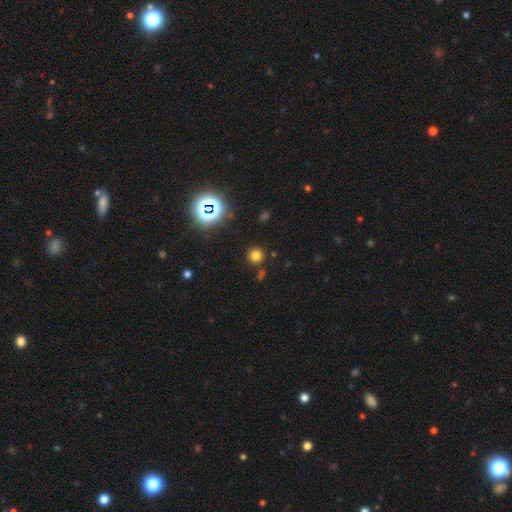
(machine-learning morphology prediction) type=smooth (72%); roundness=round (93%); merging=none (86%).